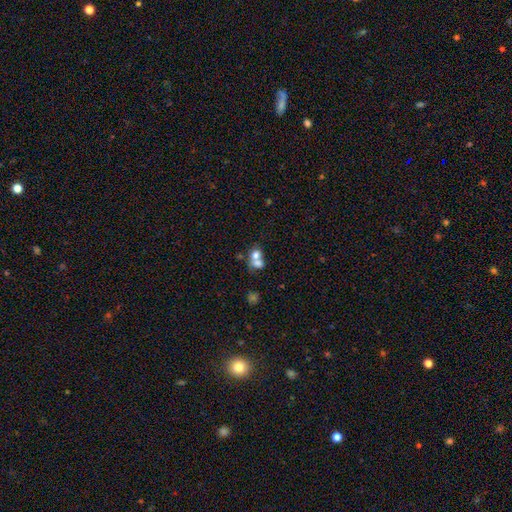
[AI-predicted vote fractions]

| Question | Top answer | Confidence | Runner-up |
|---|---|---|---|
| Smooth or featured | smooth | 70% | featured or disk (19%) |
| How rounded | round | 62% | in between (37%) |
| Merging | merger | 65% | none (24%) |